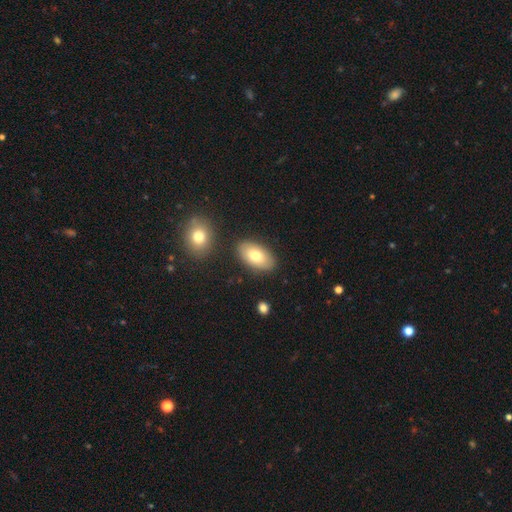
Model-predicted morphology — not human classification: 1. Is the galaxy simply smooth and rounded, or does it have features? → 76% smooth, 17% featured or disk, 7% star or artifact.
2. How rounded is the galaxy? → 94% in between, 4% round, 2% cigar-shaped.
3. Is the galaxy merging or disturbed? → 84% none, 10% minor disturbance, 4% merger, 2% major disturbance.